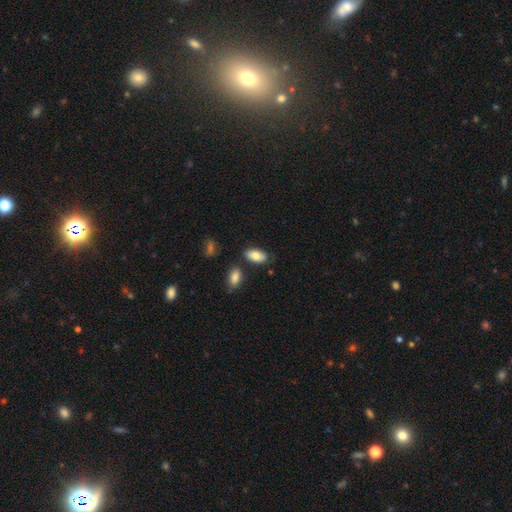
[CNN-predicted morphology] A smooth galaxy with no disk features (80%) that is in between round and cigar-shaped (94%). Merging: none (75%).